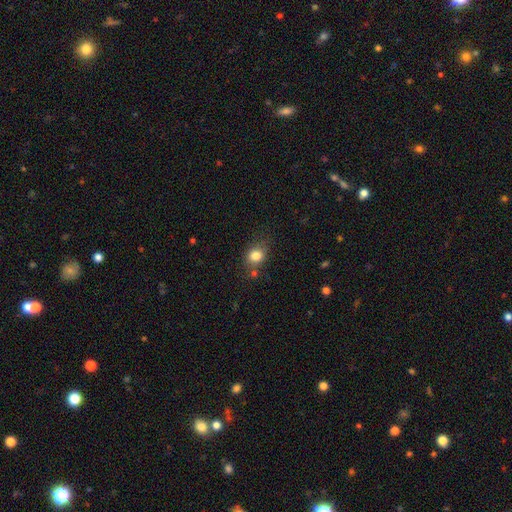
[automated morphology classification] smooth_or_featured: smooth (p=0.81) [alt: star or artifact p=0.11]
how_rounded: round (p=0.54) [alt: in between p=0.45]
merging: none (p=0.69) [alt: minor disturbance p=0.19]